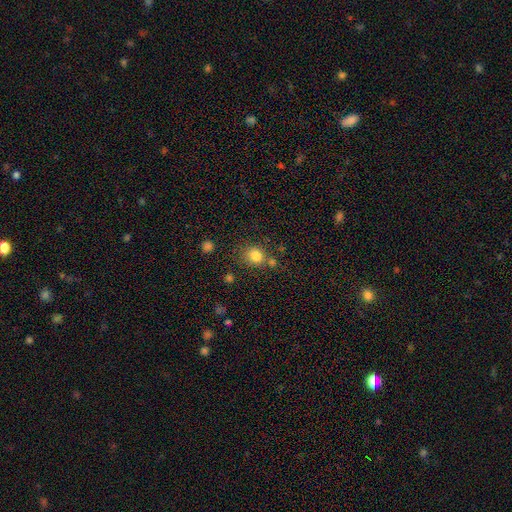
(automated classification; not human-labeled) Smooth or featured?
  - smooth: 82% *
  - star or artifact: 12%
  - featured or disk: 6%
How rounded?
  - round: 66% *
  - in between: 33%
  - cigar-shaped: 1%
Merging?
  - none: 64% *
  - minor disturbance: 16%
  - merger: 14%
  - major disturbance: 6%